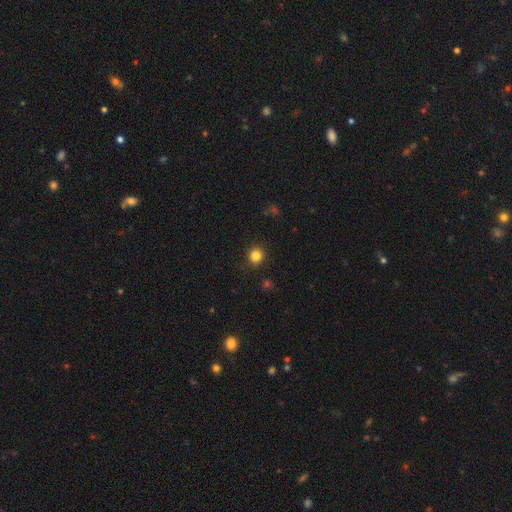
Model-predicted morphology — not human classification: Q: Smooth or featured?
A: smooth (83%); runner-up: star or artifact (12%)
Q: How rounded?
A: round (91%); runner-up: in between (8%)
Q: Merging?
A: none (90%); runner-up: minor disturbance (6%)